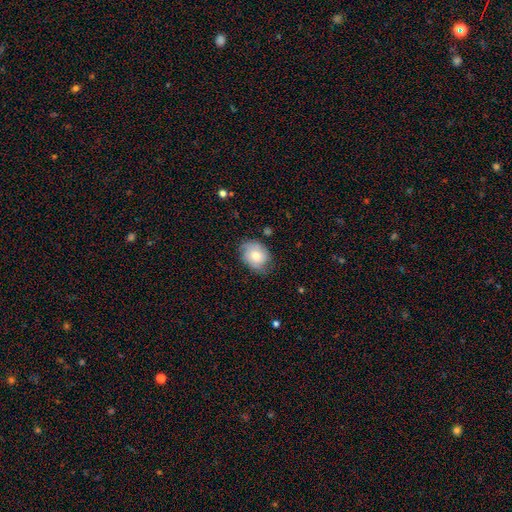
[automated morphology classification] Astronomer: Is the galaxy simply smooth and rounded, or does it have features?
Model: smooth — 60%.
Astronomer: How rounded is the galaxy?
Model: in between — 55% (runner-up: round, 44%).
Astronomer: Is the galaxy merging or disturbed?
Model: none — 64%.